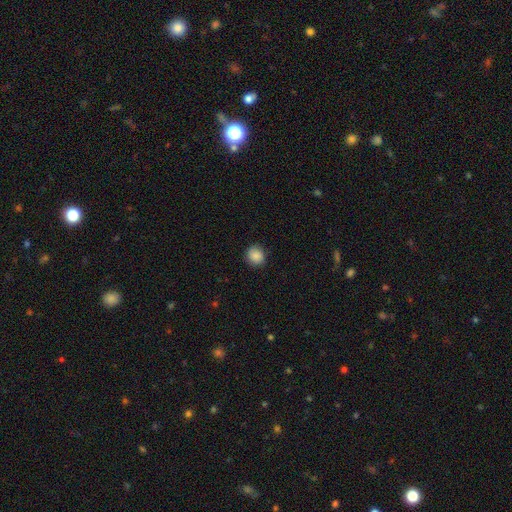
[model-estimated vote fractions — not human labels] Morphology: type=smooth (87%); roundness=round (88%); merging=none (87%).